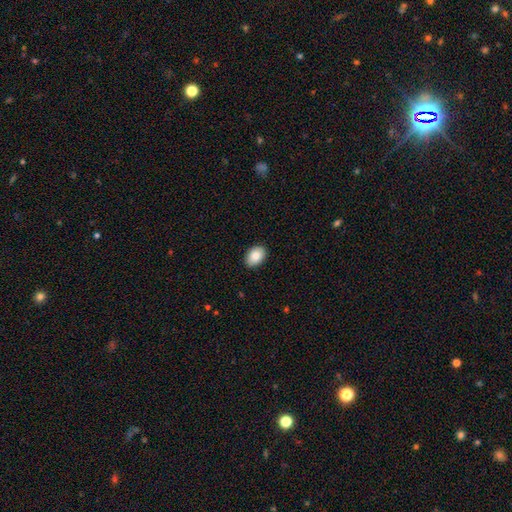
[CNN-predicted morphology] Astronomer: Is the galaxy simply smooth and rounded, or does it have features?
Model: smooth — 85%.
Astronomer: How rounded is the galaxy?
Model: in between — 84%.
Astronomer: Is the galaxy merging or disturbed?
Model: none — 90%.